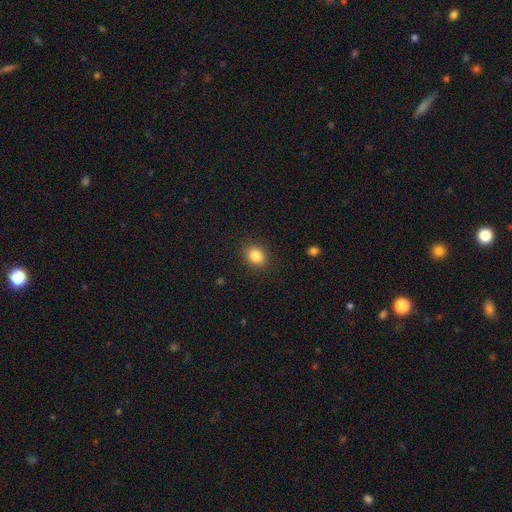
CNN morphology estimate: smooth_or_featured: smooth (p=0.85) [alt: star or artifact p=0.10]
how_rounded: round (p=0.56) [alt: in between p=0.43]
merging: none (p=0.88) [alt: minor disturbance p=0.09]